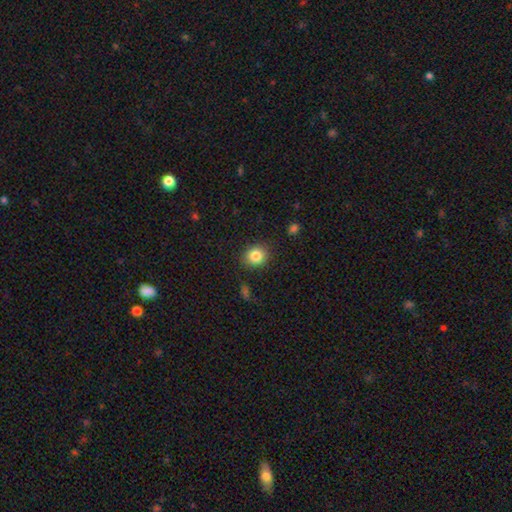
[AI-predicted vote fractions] Smooth or featured? smooth (84%)
How rounded? round (73%)
Merging? none (87%)